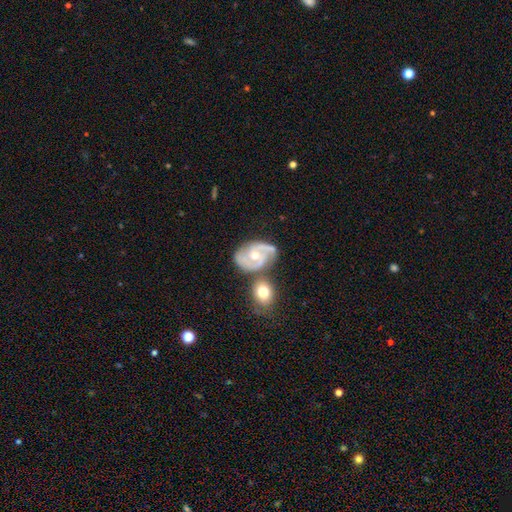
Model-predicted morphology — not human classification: Smooth or featured? Predicted: featured or disk (p=0.85). Edge-on disk? Predicted: no (p=0.97). Bar? Predicted: no (p=0.55). Spiral arms? Predicted: yes (p=0.95). Spiral winding? Predicted: medium (p=0.51). Spiral arm count? Predicted: 2 (p=0.81). Bulge size? Predicted: moderate (p=0.67). Merging? Predicted: none (p=0.56).